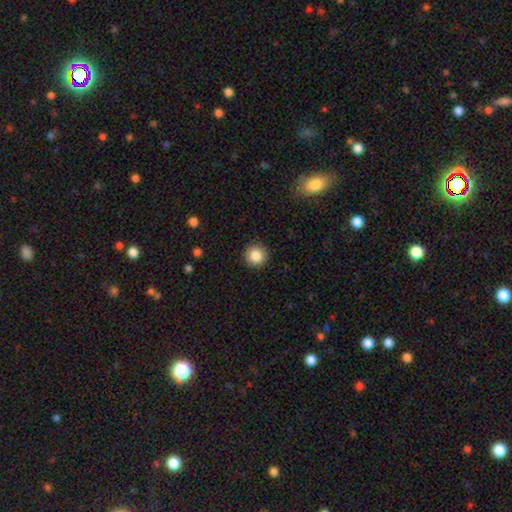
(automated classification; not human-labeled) This appears to be a smooth galaxy with no disk features (86%) that is round (95%). Merging: none (92%).